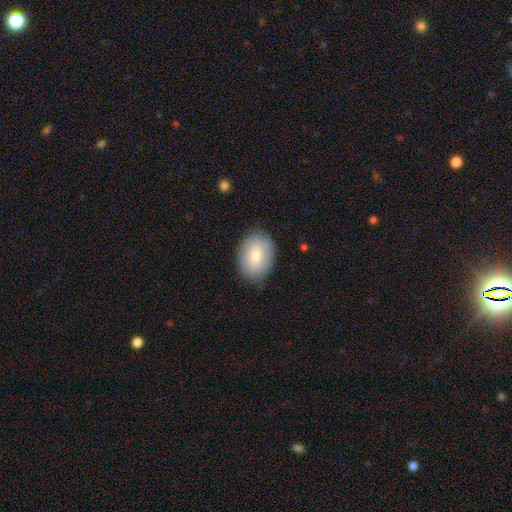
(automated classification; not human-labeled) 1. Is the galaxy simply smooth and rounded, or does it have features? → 73% smooth, 20% featured or disk, 7% star or artifact.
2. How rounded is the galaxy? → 72% in between, 27% round, 1% cigar-shaped.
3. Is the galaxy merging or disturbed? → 84% none, 12% minor disturbance, 3% major disturbance, 1% merger.